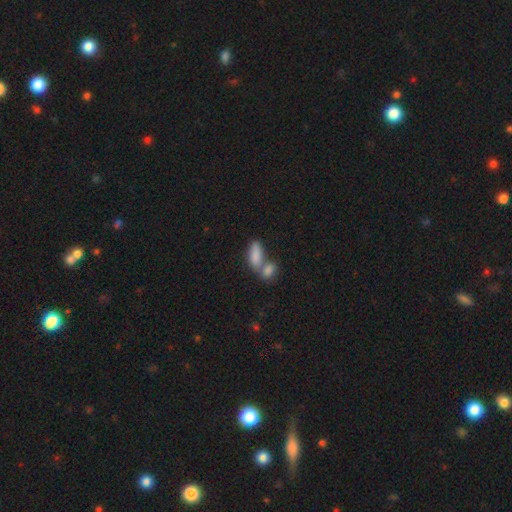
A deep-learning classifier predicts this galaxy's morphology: Overall: smooth (83%). How rounded: in between (81%). Merging: merger (61%; none 26%).